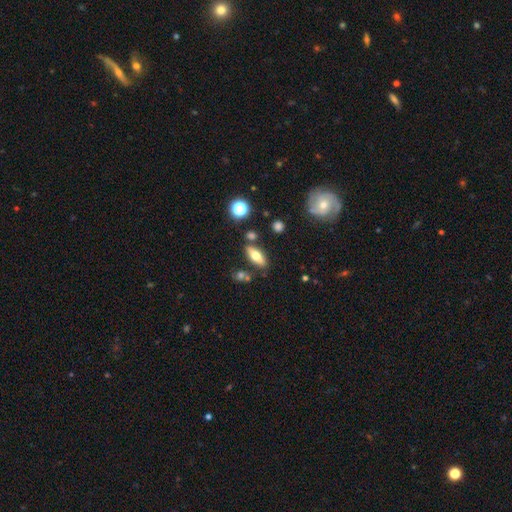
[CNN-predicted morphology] Overall: smooth (61%; featured or disk 30%). How rounded: in between (69%). Merging: none (78%).